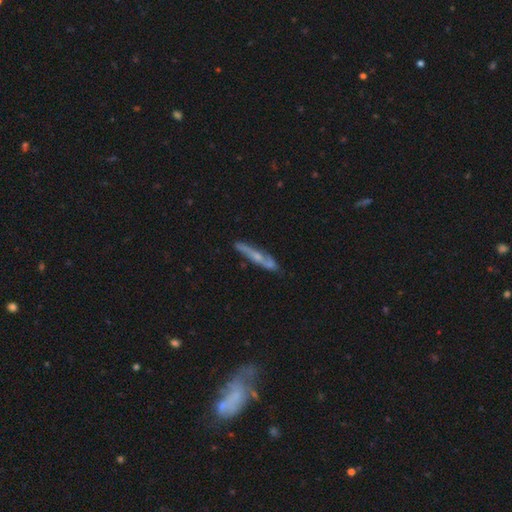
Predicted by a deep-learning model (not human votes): This appears to be a featured or disk galaxy (62%) viewed edge-on (68%). Merging: none (73%).